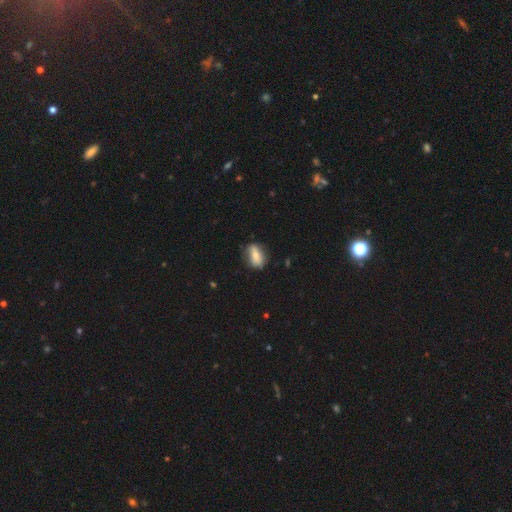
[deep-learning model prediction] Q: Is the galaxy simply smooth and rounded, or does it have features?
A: smooth — 67%.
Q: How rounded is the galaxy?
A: in between — 77%.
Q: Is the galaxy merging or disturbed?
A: none — 73%.